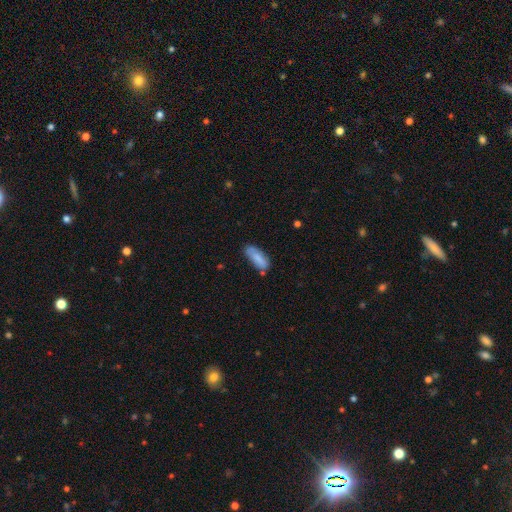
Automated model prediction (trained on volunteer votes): Smooth or featured?
  - smooth: 81% *
  - featured or disk: 13%
  - star or artifact: 7%
How rounded?
  - in between: 72% *
  - cigar-shaped: 26%
  - round: 2%
Merging?
  - none: 64% *
  - minor disturbance: 25%
  - major disturbance: 6%
  - merger: 5%